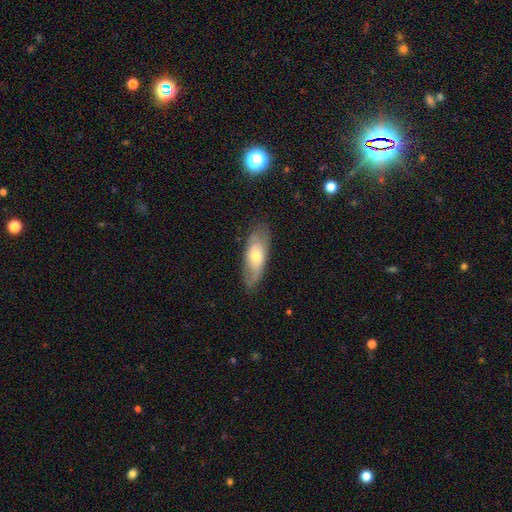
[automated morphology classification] Smooth or featured: smooth — 48% (featured or disk — 45%)
Merging: none — 77% (minor disturbance — 17%)